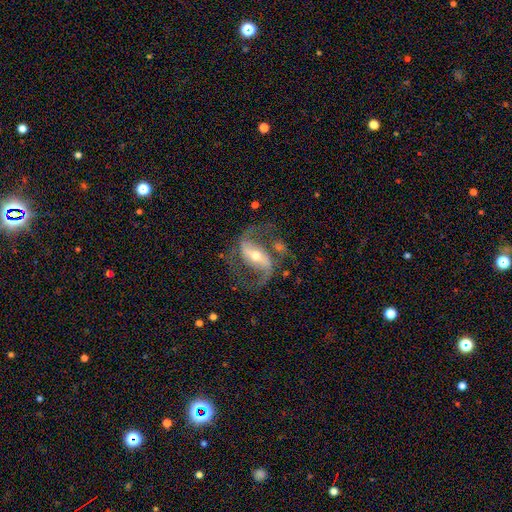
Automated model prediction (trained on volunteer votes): Overall: featured or disk (91%). Edge-on disk: no (97%). Bar: strong (53%; weak 31%). Spiral arms: yes (97%). Spiral arm count: 2 (93%). Spiral winding: medium (48%; loose 43%). Bulge size: moderate (56%; small 38%). Merging: none (72%).